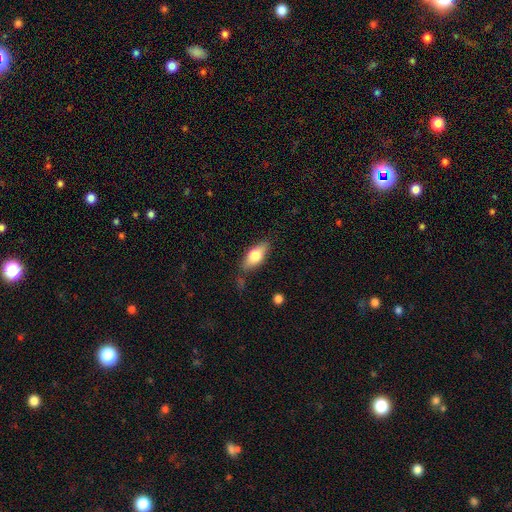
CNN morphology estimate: smooth_or_featured: smooth (p=0.65) [alt: featured or disk p=0.29]
how_rounded: in between (p=0.78) [alt: cigar-shaped p=0.18]
merging: none (p=0.78) [alt: minor disturbance p=0.16]